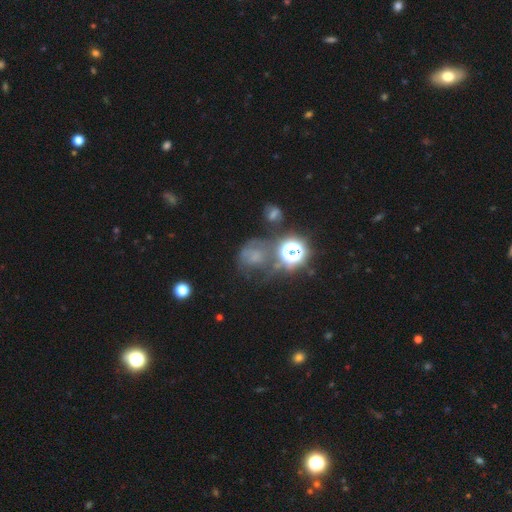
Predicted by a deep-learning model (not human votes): smooth-or-featured: smooth: 38% | star or artifact: 34% | featured or disk: 28%
  merging: none: 44% | major disturbance: 22% | minor disturbance: 20% | merger: 14%